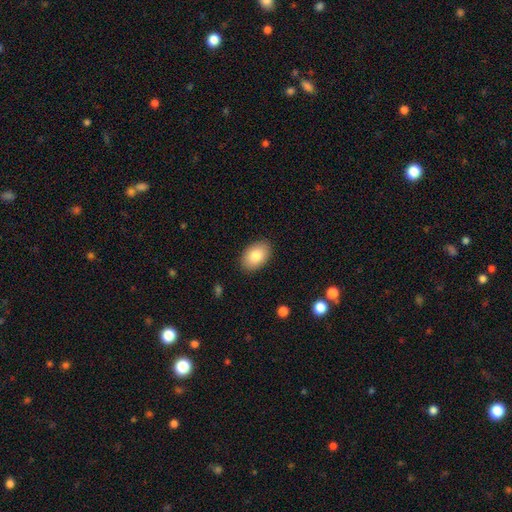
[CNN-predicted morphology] A smooth galaxy with no disk features (84%) that is in between round and cigar-shaped (90%). Merging: none (88%).